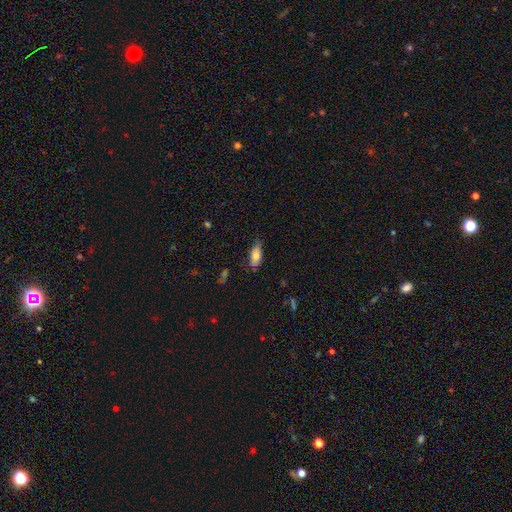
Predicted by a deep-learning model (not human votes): A smooth galaxy with no disk features (76%) that is in between round and cigar-shaped (81%). Merging: none (76%).